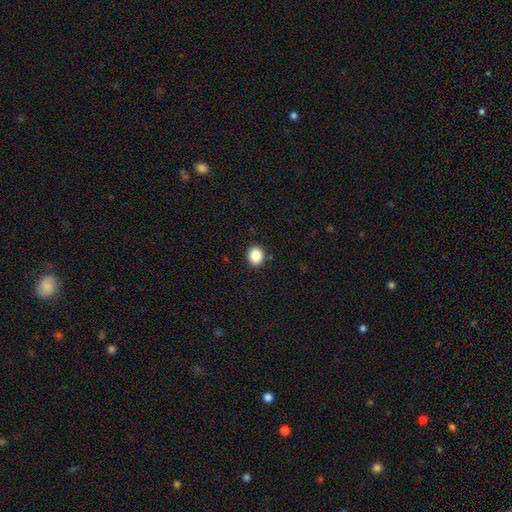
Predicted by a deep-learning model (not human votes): This appears to be a smooth galaxy with no disk features (87%) that is round (64%). Merging: none (90%).